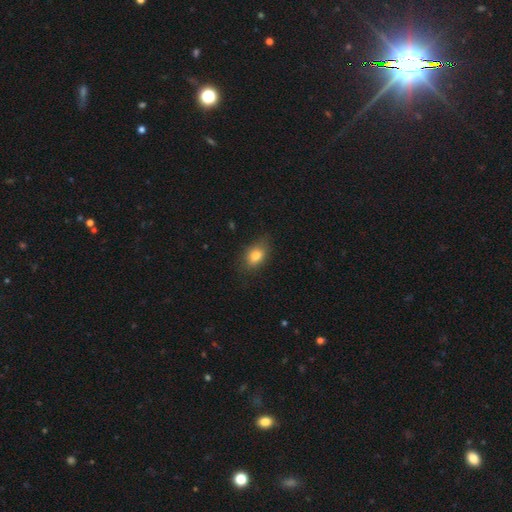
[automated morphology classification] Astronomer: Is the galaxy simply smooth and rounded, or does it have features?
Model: smooth — 80%.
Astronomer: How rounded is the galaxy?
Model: in between — 76%.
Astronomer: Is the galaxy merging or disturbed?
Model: none — 77%.